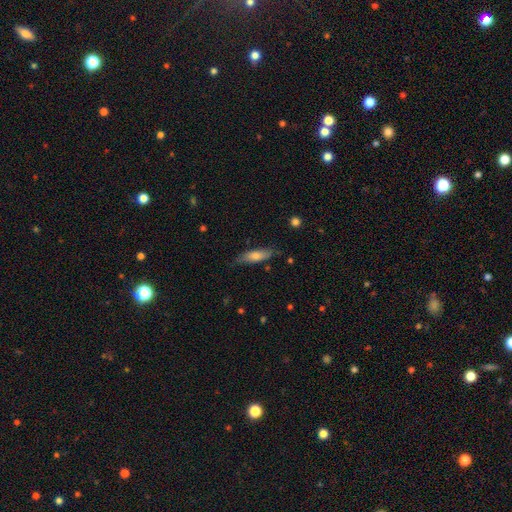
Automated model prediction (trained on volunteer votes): smooth-or-featured: smooth: 67% | featured or disk: 27% | star or artifact: 6%
  how-rounded: cigar-shaped: 59% | in between: 39% | round: 2%
  merging: none: 75% | minor disturbance: 20% | major disturbance: 4% | merger: 2%